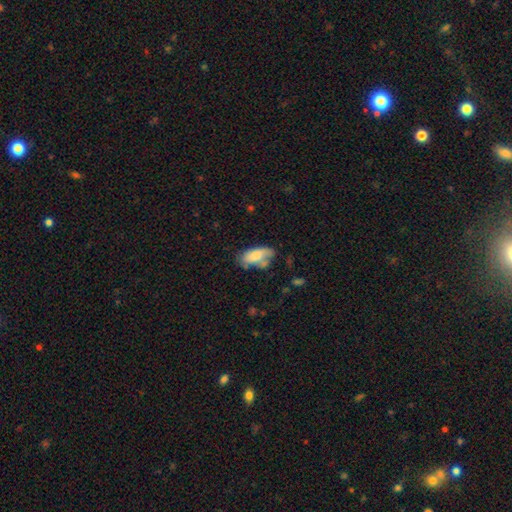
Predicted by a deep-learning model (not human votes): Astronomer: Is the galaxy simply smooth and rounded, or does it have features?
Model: smooth — 72%.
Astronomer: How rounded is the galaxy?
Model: in between — 89%.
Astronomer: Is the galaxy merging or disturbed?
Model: none — 44% (runner-up: minor disturbance, 29%).